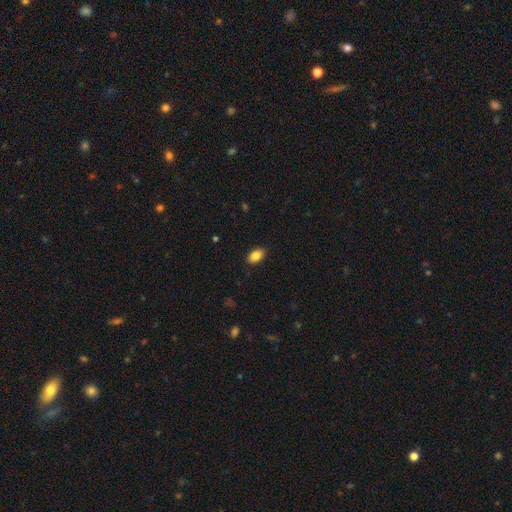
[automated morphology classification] The model was most divided on "smooth or featured": smooth: 86%, star or artifact: 8%, featured or disk: 6%. More confident: how rounded — in between (90%); merging — none (88%).